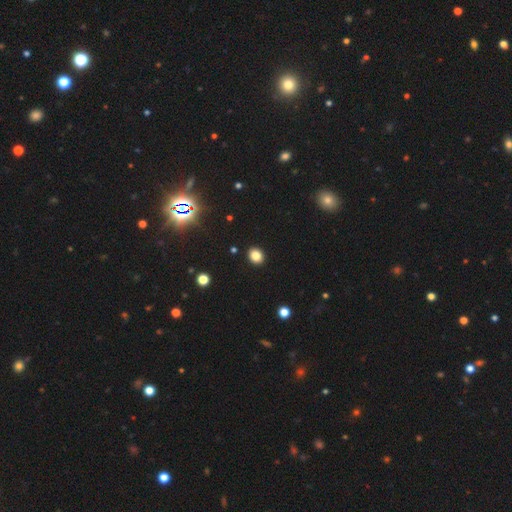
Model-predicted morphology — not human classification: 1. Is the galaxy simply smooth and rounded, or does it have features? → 83% smooth, 12% star or artifact, 5% featured or disk.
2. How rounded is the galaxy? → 60% round, 39% in between, 1% cigar-shaped.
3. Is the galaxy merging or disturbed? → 91% none, 6% minor disturbance, 2% major disturbance, 1% merger.